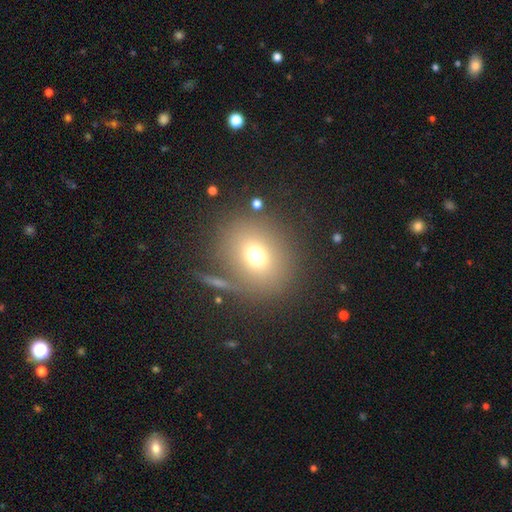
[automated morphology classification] This appears to be a smooth galaxy with no disk features (69%) that is round (75%). Merging: none (77%).